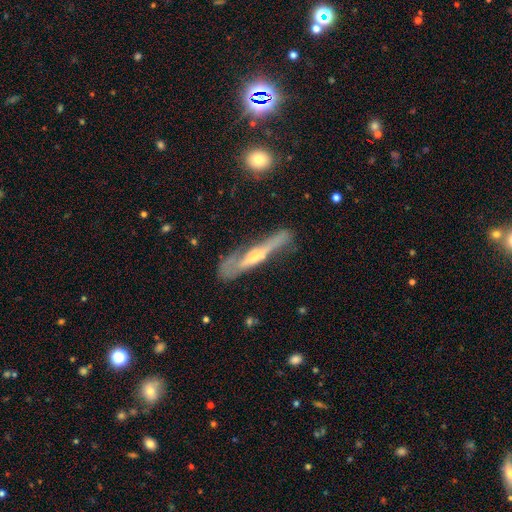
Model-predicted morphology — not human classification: smooth-or-featured: featured or disk: 66% | smooth: 27% | star or artifact: 7%
  disk-edge-on: yes: 75% | no: 25%
  merging: none: 51% | minor disturbance: 26% | major disturbance: 19% | merger: 4%